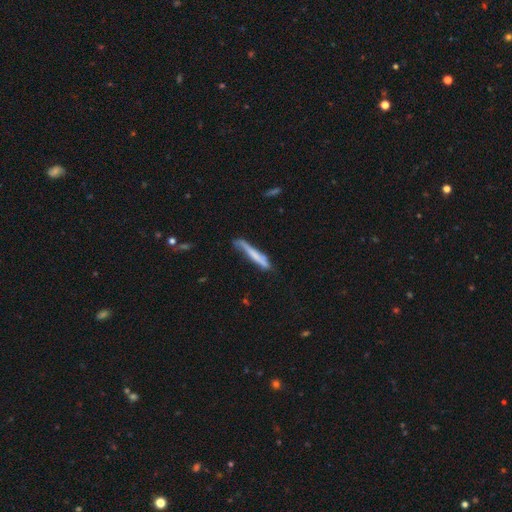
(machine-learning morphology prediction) A smooth galaxy with no disk features (59%) that is cigar-shaped (94%).

Vote fractions:
- Smooth or featured? smooth: 59% / featured or disk: 35% / star or artifact: 6%
- How rounded? cigar-shaped: 94% / in between: 5% / round: 1%
- Merging? none: 55% / minor disturbance: 30% / major disturbance: 11% / merger: 5%